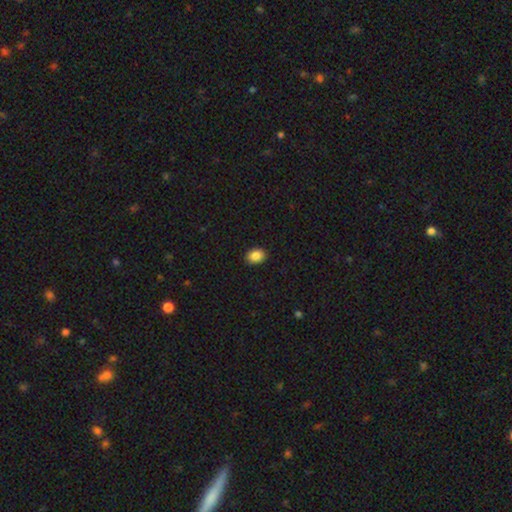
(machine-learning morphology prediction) smooth_or_featured: smooth (p=0.88) [alt: star or artifact p=0.09]
how_rounded: in between (p=0.67) [alt: round p=0.32]
merging: none (p=0.90) [alt: minor disturbance p=0.07]